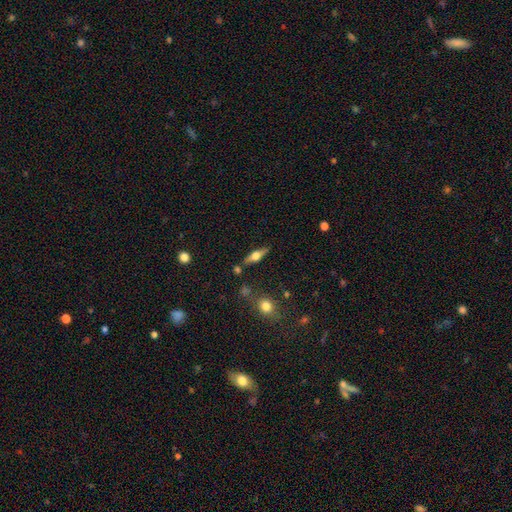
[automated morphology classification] Smooth or featured? Predicted: featured or disk (p=0.56). Edge-on disk? Predicted: yes (p=0.92). Edge-on bulge? Predicted: rounded (p=0.92). Merging? Predicted: none (p=0.81).